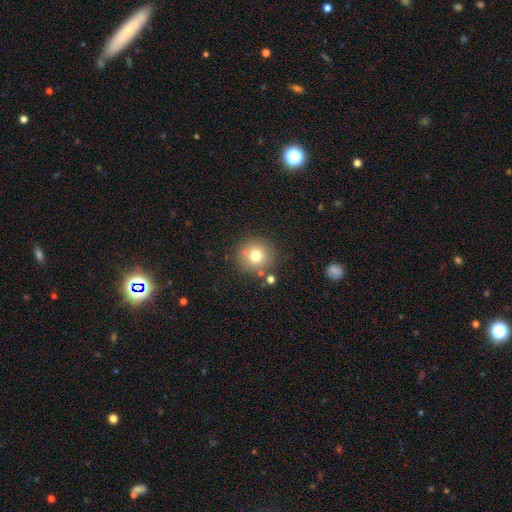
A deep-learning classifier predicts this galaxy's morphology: Smooth or featured?
  - smooth: 75% *
  - star or artifact: 13%
  - featured or disk: 12%
How rounded?
  - round: 94% *
  - in between: 5%
  - cigar-shaped: 1%
Merging?
  - none: 83% *
  - minor disturbance: 9%
  - merger: 6%
  - major disturbance: 3%